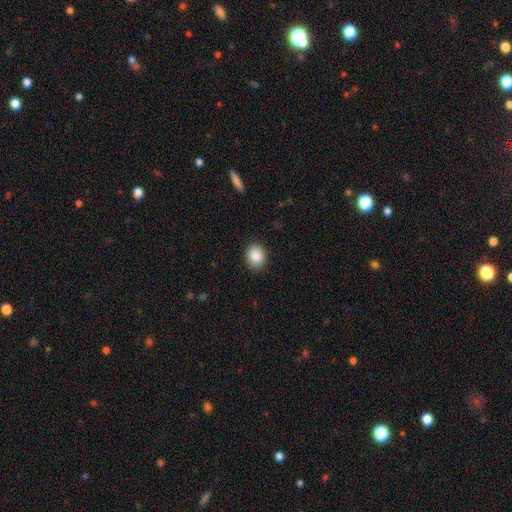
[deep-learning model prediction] A smooth galaxy with no disk features (87%) that is round (52%). Merging: none (89%).